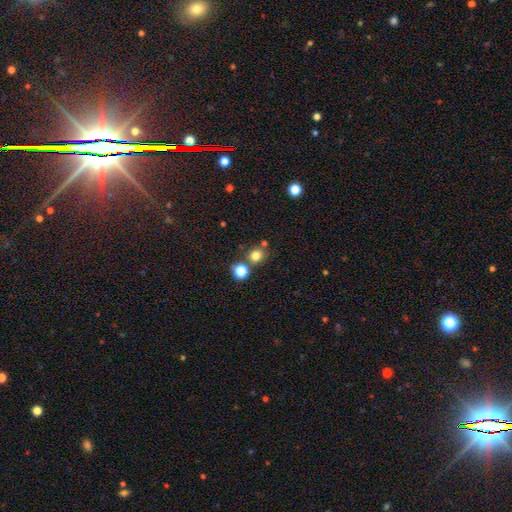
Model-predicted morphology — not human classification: smooth-or-featured: smooth: 77% | star or artifact: 16% | featured or disk: 6%
  how-rounded: round: 85% | in between: 14% | cigar-shaped: 1%
  merging: none: 73% | merger: 15% | minor disturbance: 9% | major disturbance: 3%